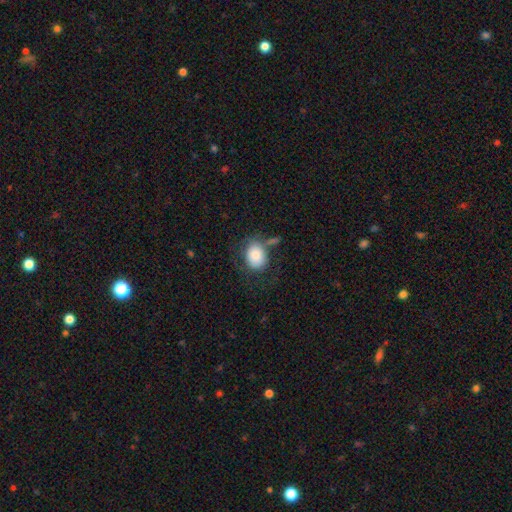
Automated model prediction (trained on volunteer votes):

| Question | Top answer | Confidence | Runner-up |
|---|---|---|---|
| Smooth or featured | smooth | 84% | featured or disk (9%) |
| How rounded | in between | 63% | round (36%) |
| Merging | none | 57% | minor disturbance (22%) |